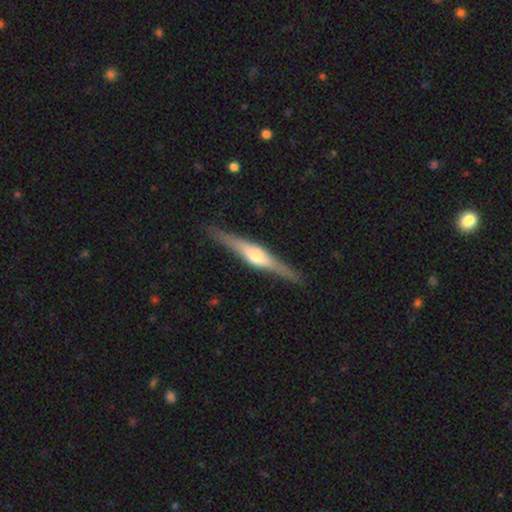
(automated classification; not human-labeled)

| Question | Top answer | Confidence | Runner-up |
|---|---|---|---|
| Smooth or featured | featured or disk | 77% | smooth (18%) |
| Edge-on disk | yes | 98% | no (2%) |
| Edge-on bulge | rounded | 86% | boxy (10%) |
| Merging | none | 89% | minor disturbance (8%) |